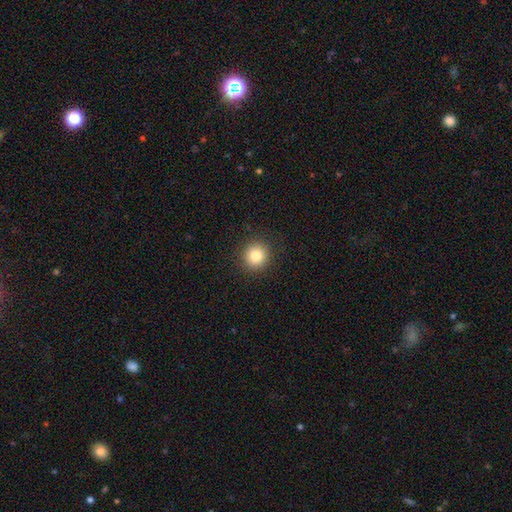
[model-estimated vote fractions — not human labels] Smooth or featured? smooth (83%)
How rounded? round (93%)
Merging? none (92%)